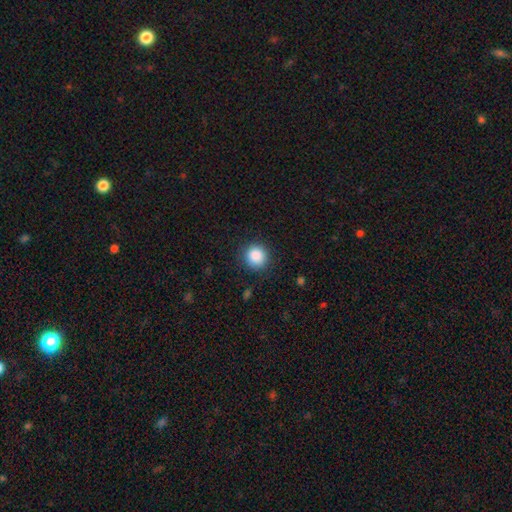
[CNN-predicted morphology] Smooth or featured? smooth (88%)
How rounded? round (93%)
Merging? none (89%)